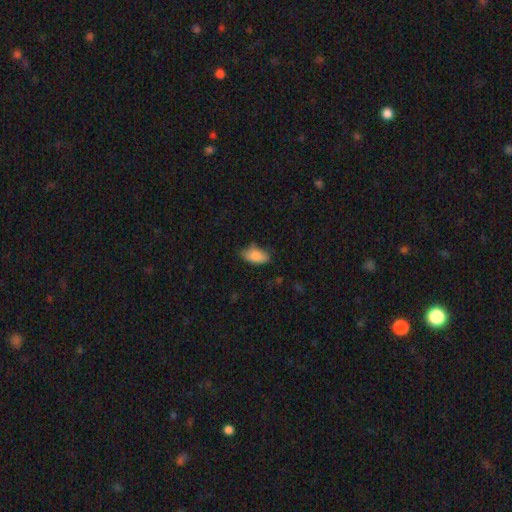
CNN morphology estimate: Smooth or featured? smooth (83%)
How rounded? in between (92%)
Merging? none (64%)